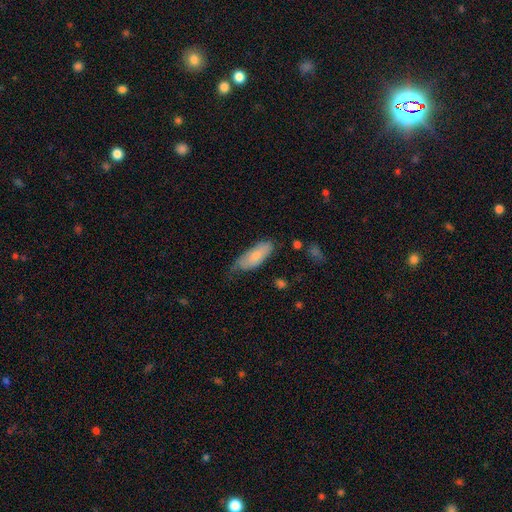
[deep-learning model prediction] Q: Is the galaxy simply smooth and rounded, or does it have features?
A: smooth — 74%.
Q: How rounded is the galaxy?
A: in between — 79%.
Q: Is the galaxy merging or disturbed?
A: none — 43%.